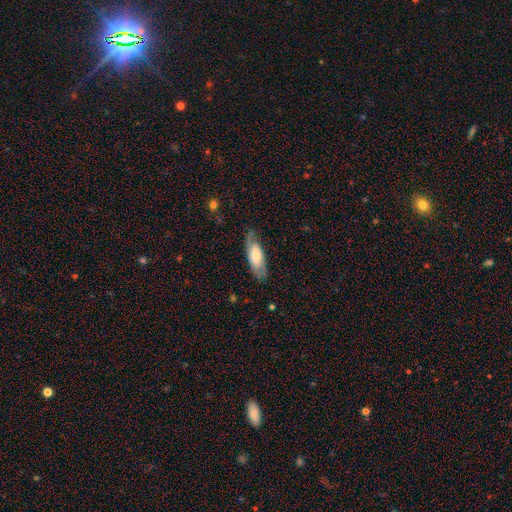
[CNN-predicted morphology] smooth 50%, featured or disk 44%, star or artifact 6%. Down the decision tree: how rounded — in between (74%); merging — none (69%).